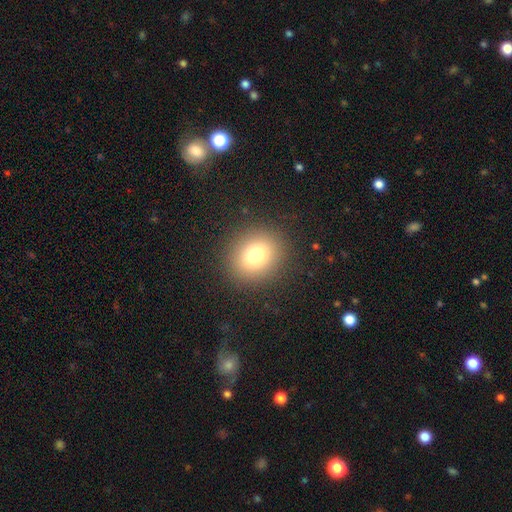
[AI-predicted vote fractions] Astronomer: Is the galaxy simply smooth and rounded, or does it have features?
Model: smooth — 78%.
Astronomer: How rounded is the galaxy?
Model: round — 71%.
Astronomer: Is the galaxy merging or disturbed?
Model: none — 88%.